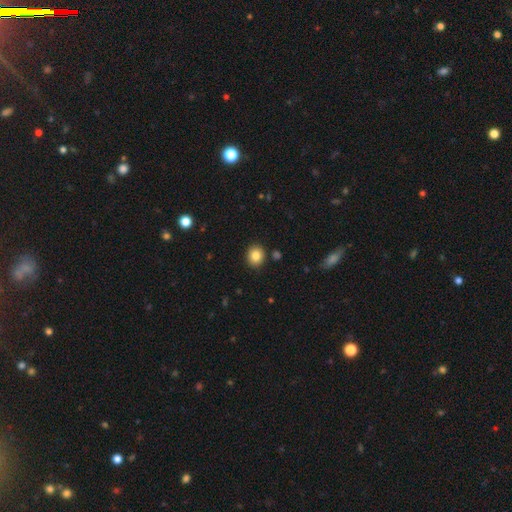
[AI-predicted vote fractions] Morphology: type=smooth (84%); roundness=round (73%); merging=none (89%).